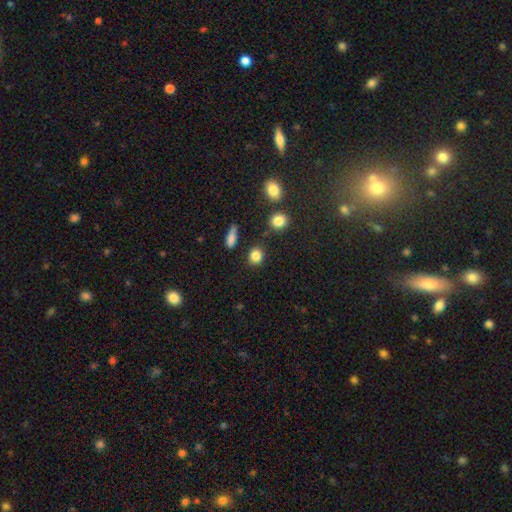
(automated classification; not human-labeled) smooth 85%, star or artifact 10%, featured or disk 5%. Down the decision tree: how rounded — round (77%); merging — none (82%).